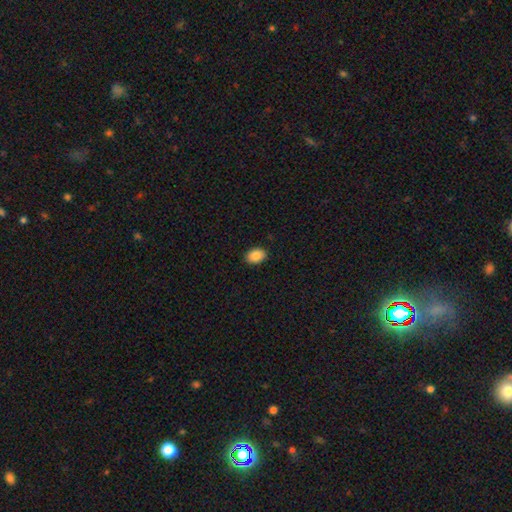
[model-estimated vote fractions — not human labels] The model was most divided on "how rounded": in between: 78%, round: 21%, cigar-shaped: 1%. More confident: merging — none (90%); smooth or featured — smooth (87%).